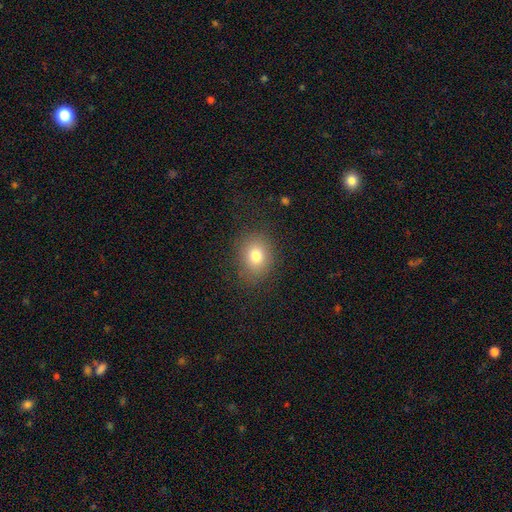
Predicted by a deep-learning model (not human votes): Smooth or featured?
  - smooth: 77% *
  - star or artifact: 12%
  - featured or disk: 10%
How rounded?
  - round: 55% *
  - in between: 44%
  - cigar-shaped: 1%
Merging?
  - none: 84% *
  - minor disturbance: 11%
  - major disturbance: 4%
  - merger: 1%